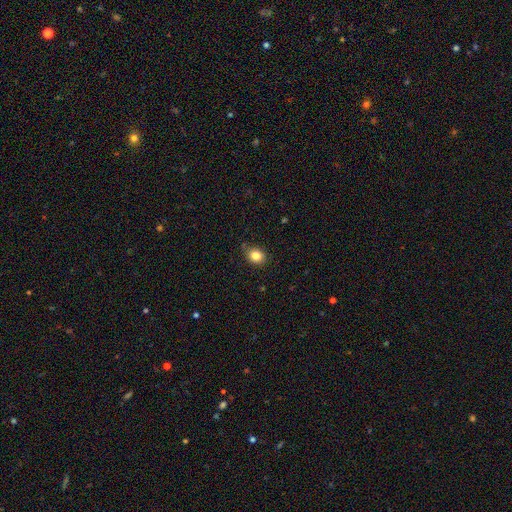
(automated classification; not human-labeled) smooth 84%, star or artifact 10%, featured or disk 6%. Down the decision tree: how rounded — round (54%); merging — none (81%).